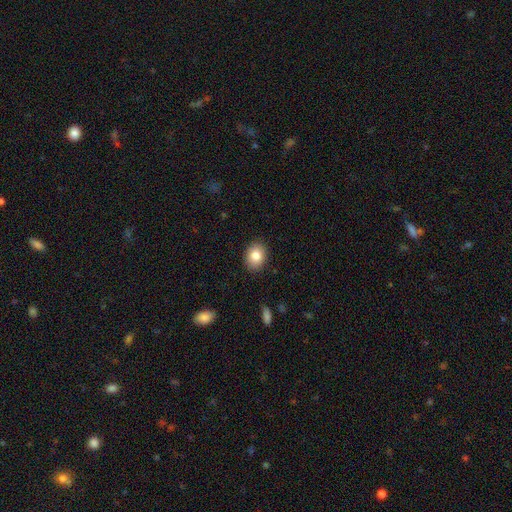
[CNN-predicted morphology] Smooth or featured?
  - smooth: 83% *
  - featured or disk: 9%
  - star or artifact: 8%
How rounded?
  - in between: 61% *
  - round: 39%
  - cigar-shaped: 1%
Merging?
  - none: 89% *
  - minor disturbance: 8%
  - major disturbance: 2%
  - merger: 1%